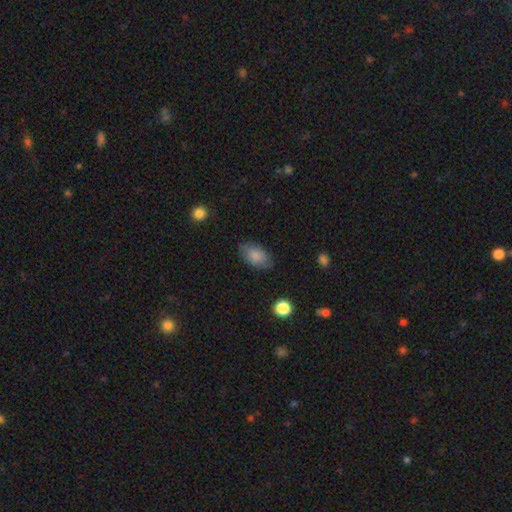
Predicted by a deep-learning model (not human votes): Smooth or featured? Predicted: smooth (p=0.85). How rounded? Predicted: in between (p=0.93). Merging? Predicted: none (p=0.80).